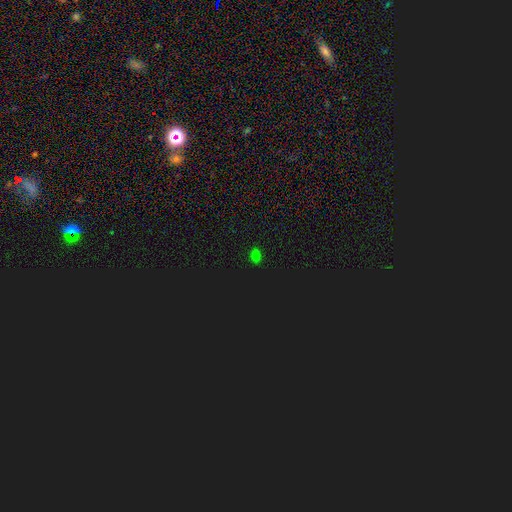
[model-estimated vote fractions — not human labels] A smooth galaxy with no disk features (66%) that is in between round and cigar-shaped (72%).

Vote fractions:
- Smooth or featured? smooth: 66% / star or artifact: 29% / featured or disk: 5%
- How rounded? in between: 72% / round: 27% / cigar-shaped: 2%
- Merging? none: 89% / minor disturbance: 8% / major disturbance: 2% / merger: 1%